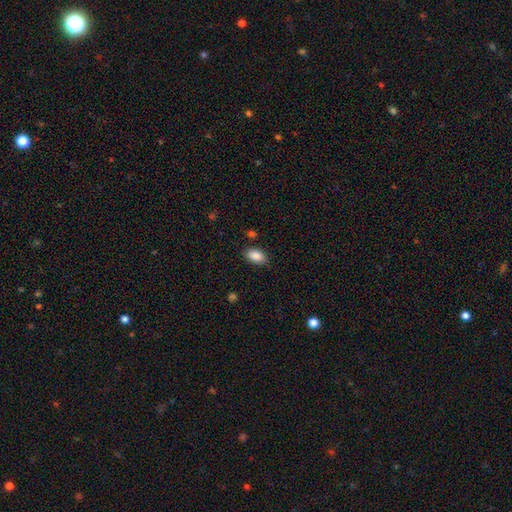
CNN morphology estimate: Smooth or featured? smooth (89%)
How rounded? in between (92%)
Merging? none (84%)